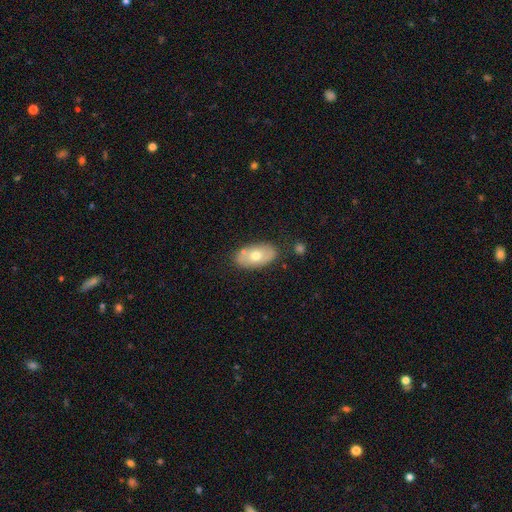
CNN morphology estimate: A smooth galaxy with no disk features (62%) that is in between round and cigar-shaped (92%).

Vote fractions:
- Smooth or featured? smooth: 62% / featured or disk: 32% / star or artifact: 6%
- How rounded? in between: 92% / round: 5% / cigar-shaped: 2%
- Merging? none: 76% / minor disturbance: 14% / merger: 6% / major disturbance: 3%